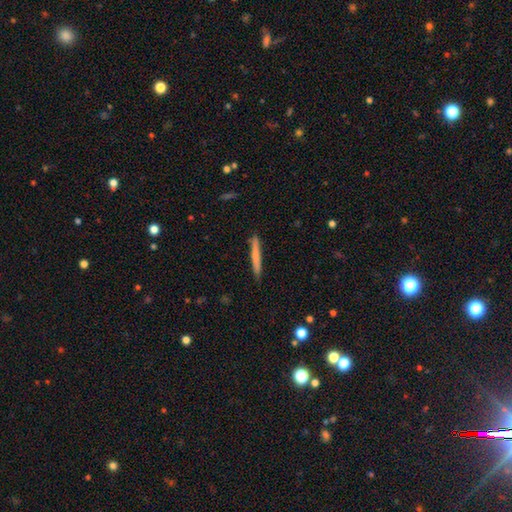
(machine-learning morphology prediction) Q: Smooth or featured?
A: smooth (68%); runner-up: featured or disk (26%)
Q: How rounded?
A: cigar-shaped (96%); runner-up: in between (2%)
Q: Merging?
A: none (89%); runner-up: minor disturbance (8%)